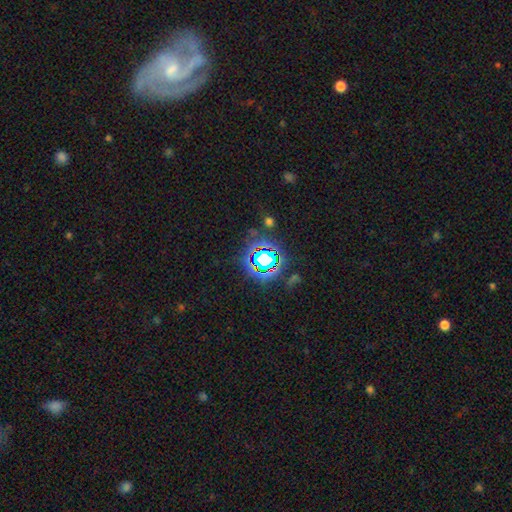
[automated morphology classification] A star or artifact, not a galaxy (75%).